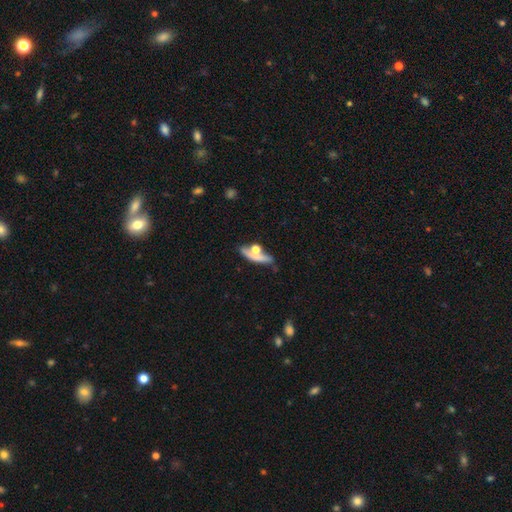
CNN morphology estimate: This appears to be a smooth galaxy with no disk features (54%) that is cigar-shaped (53%). Merging: none (42%).